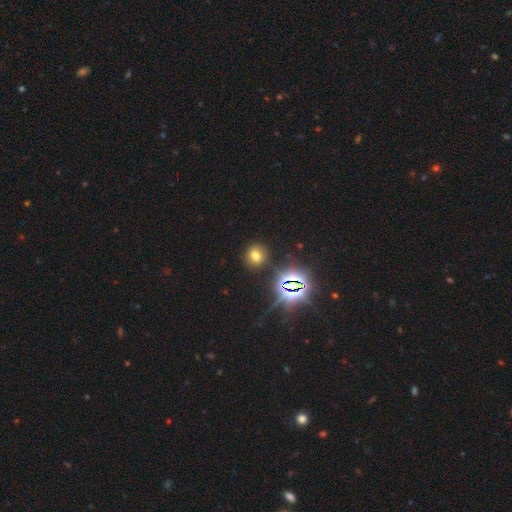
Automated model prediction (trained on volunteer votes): Smooth or featured: smooth — 64% (star or artifact — 26%)
How rounded: round — 86% (in between — 13%)
Merging: none — 86% (minor disturbance — 8%)